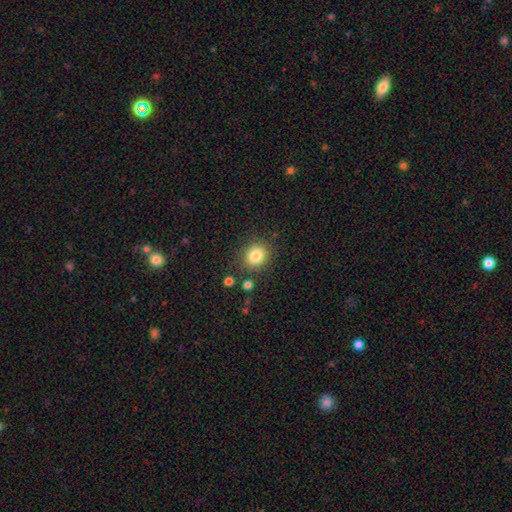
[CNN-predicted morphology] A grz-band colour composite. It shows a smooth galaxy with no disk features (83%) that is round (72%). Merging: none (83%).